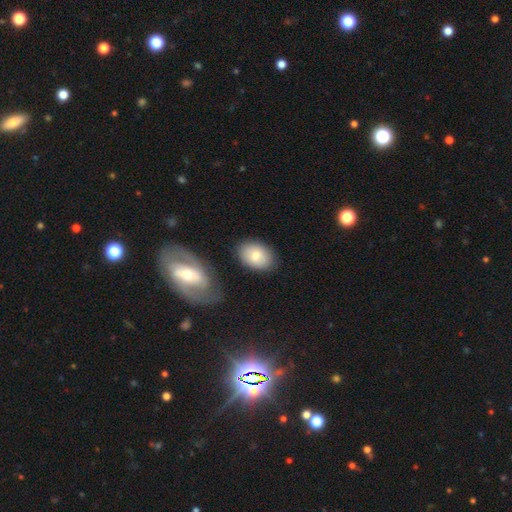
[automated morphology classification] This is likely a smooth galaxy (76%). How rounded: likely in between (79%). Merging: likely none (79%).